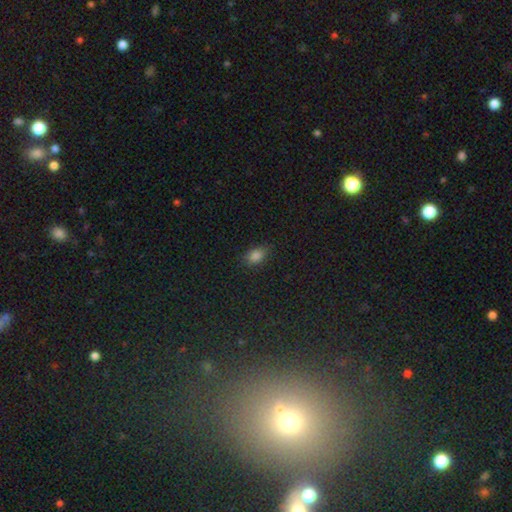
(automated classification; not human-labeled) Smooth or featured? Predicted: smooth (p=0.82). How rounded? Predicted: in between (p=0.82). Merging? Predicted: none (p=0.82).